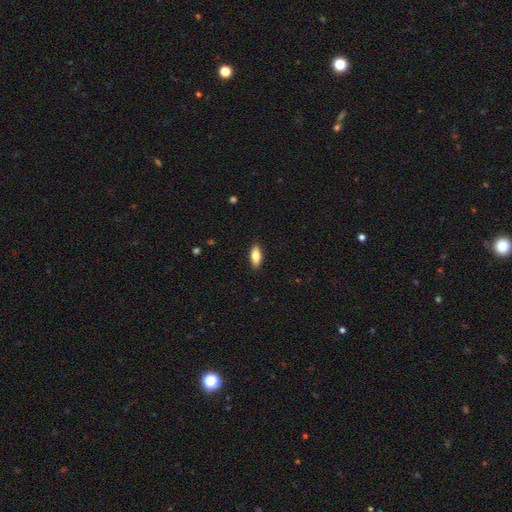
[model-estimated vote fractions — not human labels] Smooth or featured?
  - smooth: 82% *
  - featured or disk: 11%
  - star or artifact: 6%
How rounded?
  - in between: 83% *
  - cigar-shaped: 15%
  - round: 2%
Merging?
  - none: 89% *
  - minor disturbance: 8%
  - major disturbance: 2%
  - merger: 1%